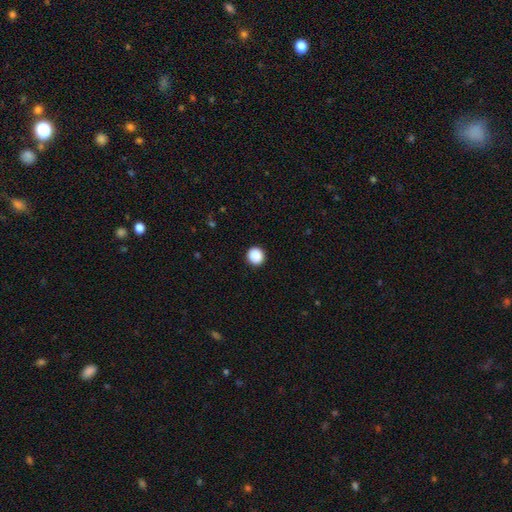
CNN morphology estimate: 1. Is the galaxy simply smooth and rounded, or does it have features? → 89% smooth, 9% star or artifact, 2% featured or disk.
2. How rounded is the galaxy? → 93% round, 6% in between, 1% cigar-shaped.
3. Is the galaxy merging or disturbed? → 92% none, 5% minor disturbance, 2% major disturbance, 1% merger.